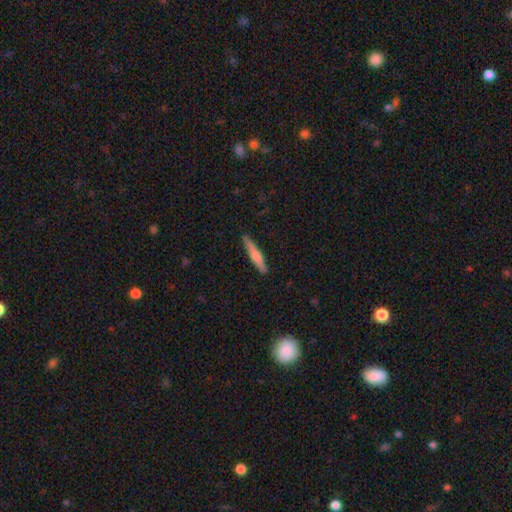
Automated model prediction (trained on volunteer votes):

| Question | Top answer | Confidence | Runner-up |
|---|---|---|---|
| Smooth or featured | smooth | 56% | featured or disk (39%) |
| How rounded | cigar-shaped | 91% | in between (7%) |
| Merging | none | 88% | minor disturbance (9%) |